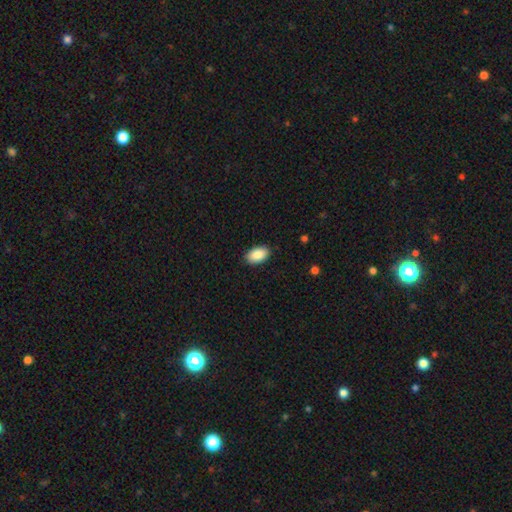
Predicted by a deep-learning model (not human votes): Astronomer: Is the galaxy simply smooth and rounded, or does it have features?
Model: smooth — 90%.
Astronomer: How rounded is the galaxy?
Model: in between — 94%.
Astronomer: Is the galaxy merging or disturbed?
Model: none — 89%.